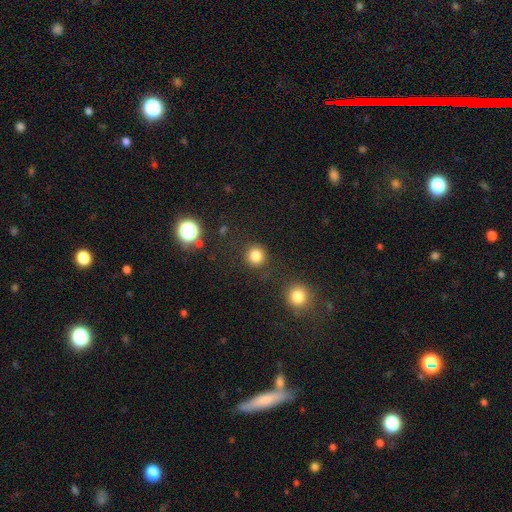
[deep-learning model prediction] A smooth galaxy with no disk features (83%) that is round (93%). Merging: none (86%).